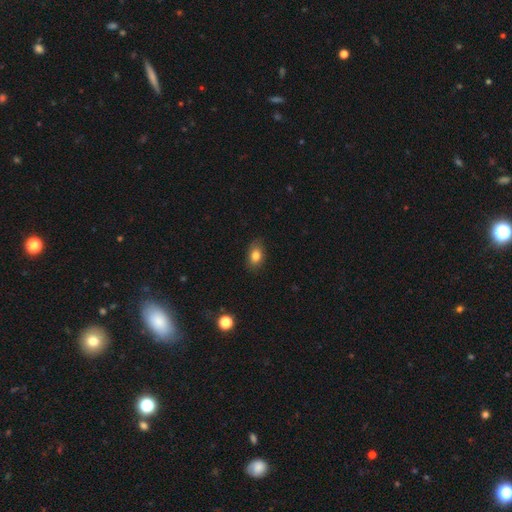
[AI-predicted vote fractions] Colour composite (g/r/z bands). It shows a smooth galaxy with no disk features (81%) that is in between round and cigar-shaped (84%). Merging: none (82%).